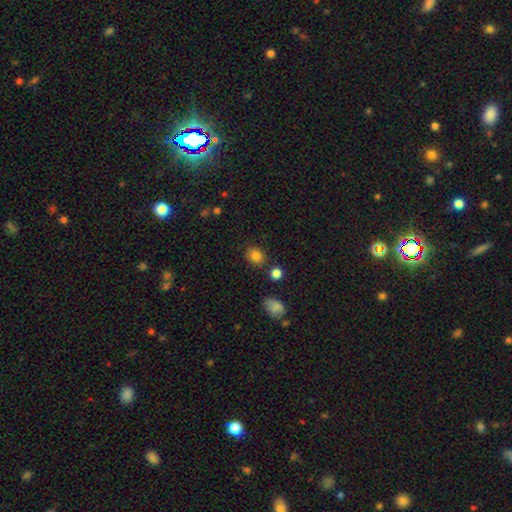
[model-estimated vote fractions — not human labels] This is clearly a smooth galaxy (83%). How rounded: likely round (68%). Merging: likely none (79%).